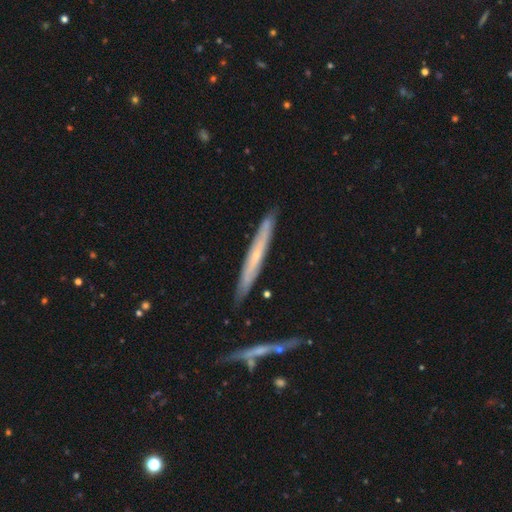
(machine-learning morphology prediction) The model was most divided on "edge-on bulge": none: 58%, rounded: 39%, boxy: 3%. More confident: edge-on disk — yes (89%); merging — none (87%); smooth or featured — featured or disk (58%).